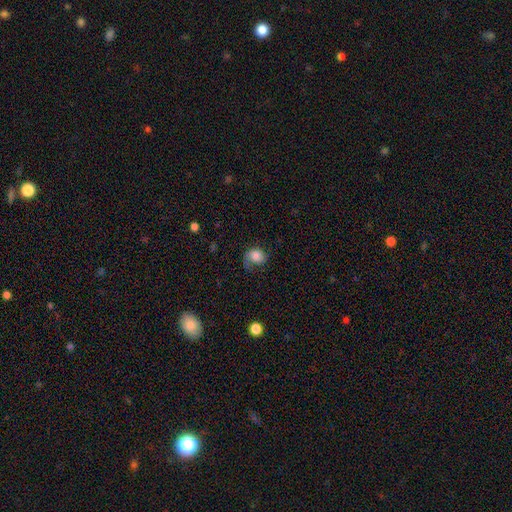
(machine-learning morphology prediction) Smooth or featured? smooth (68%)
How rounded? round (57%)
Merging? none (39%)